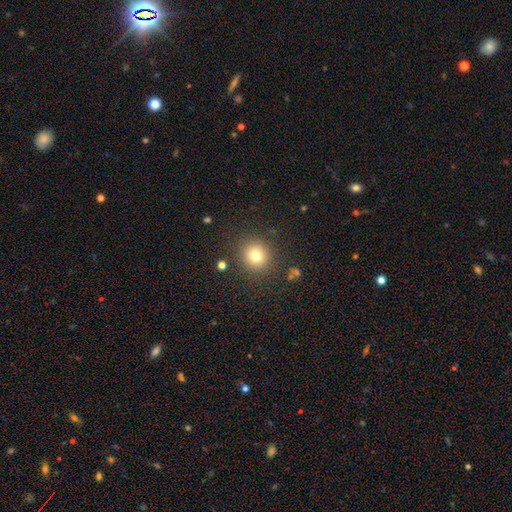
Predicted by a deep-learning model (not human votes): Overall: smooth (77%). How rounded: round (92%). Merging: none (88%).